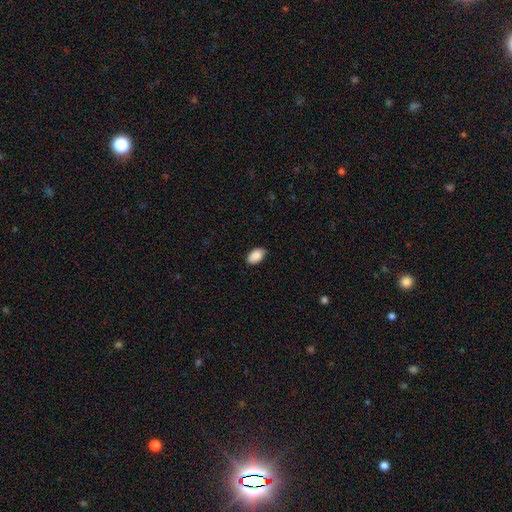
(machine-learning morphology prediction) The model was most divided on "merging": none: 86%, minor disturbance: 11%, major disturbance: 2%, merger: 1%. More confident: how rounded — in between (94%); smooth or featured — smooth (89%).